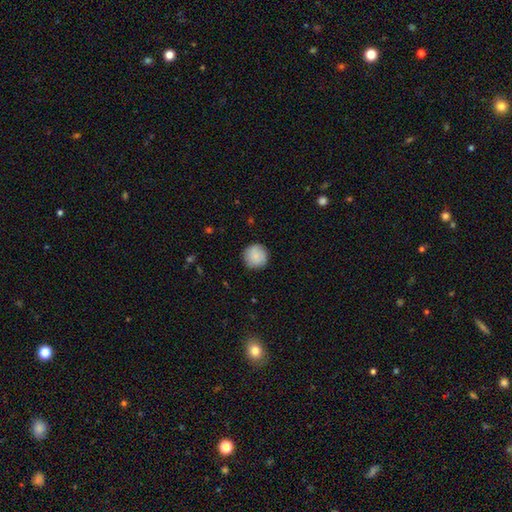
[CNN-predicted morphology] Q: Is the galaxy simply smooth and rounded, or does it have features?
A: smooth — 84%.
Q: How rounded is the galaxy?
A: round — 95%.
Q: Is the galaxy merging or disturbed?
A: none — 87%.